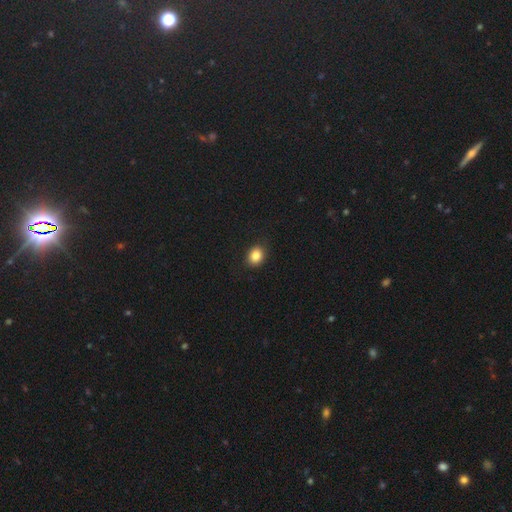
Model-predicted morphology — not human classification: smooth-or-featured: smooth: 85% | star or artifact: 10% | featured or disk: 5%
  how-rounded: round: 58% | in between: 41% | cigar-shaped: 1%
  merging: none: 89% | minor disturbance: 8% | major disturbance: 2% | merger: 1%